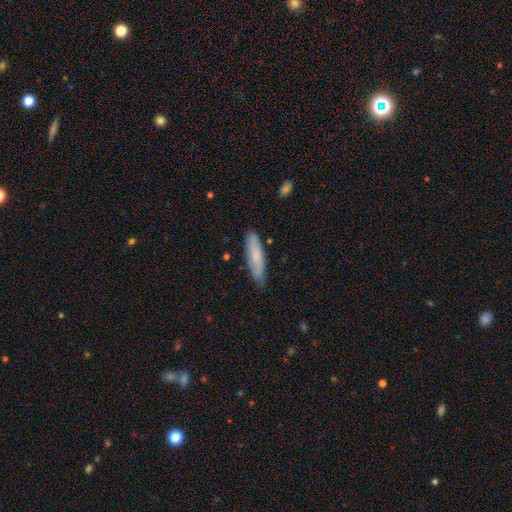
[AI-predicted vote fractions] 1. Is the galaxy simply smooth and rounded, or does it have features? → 73% smooth, 21% featured or disk, 6% star or artifact.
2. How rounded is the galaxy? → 75% cigar-shaped, 24% in between, 1% round.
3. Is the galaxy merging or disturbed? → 78% none, 17% minor disturbance, 3% major disturbance, 2% merger.